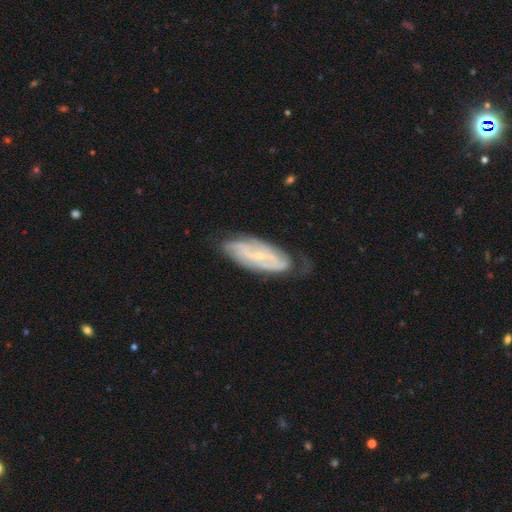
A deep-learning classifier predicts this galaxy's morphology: Smooth or featured?
  - featured or disk: 69% *
  - smooth: 22%
  - star or artifact: 8%
Edge-on disk?
  - no: 83% *
  - yes: 17%
Bar?
  - no: 48% *
  - weak: 35%
  - strong: 17%
Spiral arms?
  - yes: 82% *
  - no: 18%
Bulge size?
  - small: 77% *
  - moderate: 17%
  - none: 4%
  - large: 1%
  - dominant: 1%
Merging?
  - none: 68% *
  - minor disturbance: 23%
  - major disturbance: 7%
  - merger: 2%